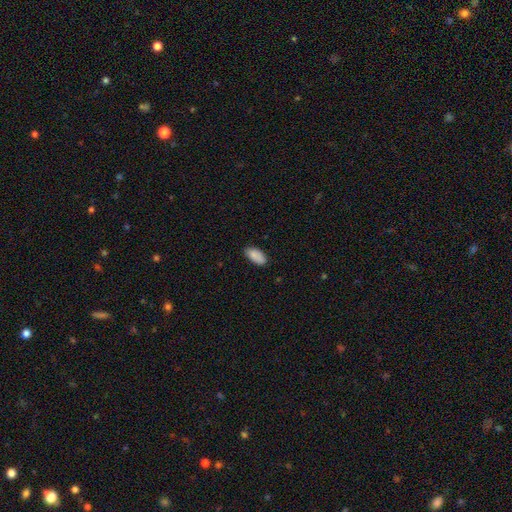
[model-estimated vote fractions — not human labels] Smooth or featured? smooth (88%)
How rounded? in between (94%)
Merging? none (82%)